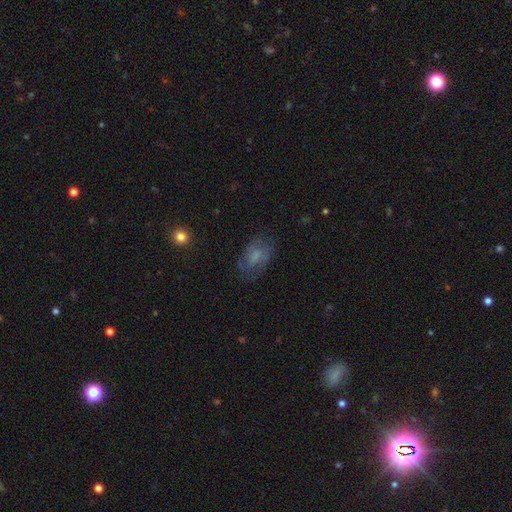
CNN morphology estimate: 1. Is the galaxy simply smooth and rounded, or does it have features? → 54% smooth, 35% featured or disk, 12% star or artifact.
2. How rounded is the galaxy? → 85% in between, 12% round, 2% cigar-shaped.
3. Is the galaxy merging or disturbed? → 62% none, 22% minor disturbance, 14% major disturbance, 2% merger.